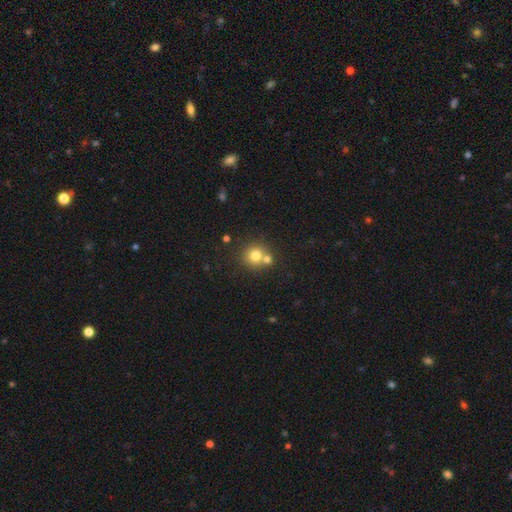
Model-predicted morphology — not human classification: Overall: smooth (76%). How rounded: round (90%). Merging: none (57%; merger 34%).